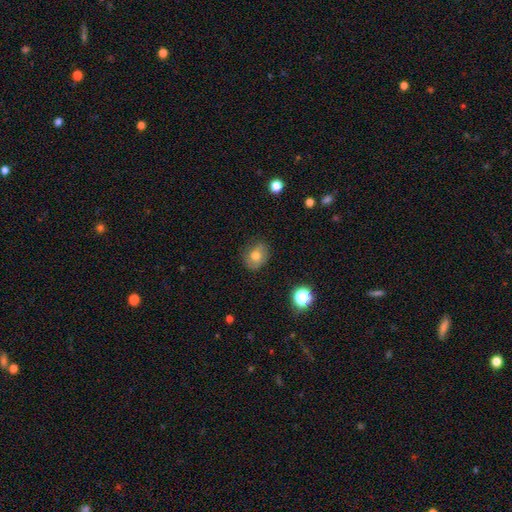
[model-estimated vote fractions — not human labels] A smooth galaxy with no disk features (67%) that is round (58%).

Vote fractions:
- Smooth or featured? smooth: 67% / featured or disk: 21% / star or artifact: 12%
- How rounded? round: 58% / in between: 41% / cigar-shaped: 1%
- Merging? none: 75% / minor disturbance: 19% / major disturbance: 5% / merger: 1%